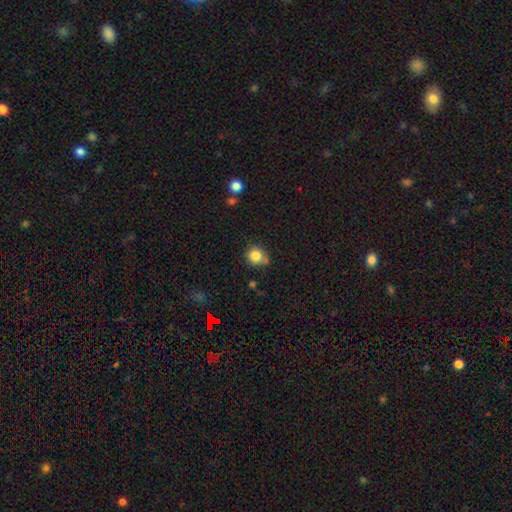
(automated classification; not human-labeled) Smooth or featured?
  - smooth: 83% *
  - star or artifact: 11%
  - featured or disk: 6%
How rounded?
  - round: 89% *
  - in between: 10%
  - cigar-shaped: 1%
Merging?
  - none: 66% *
  - minor disturbance: 18%
  - merger: 12%
  - major disturbance: 4%